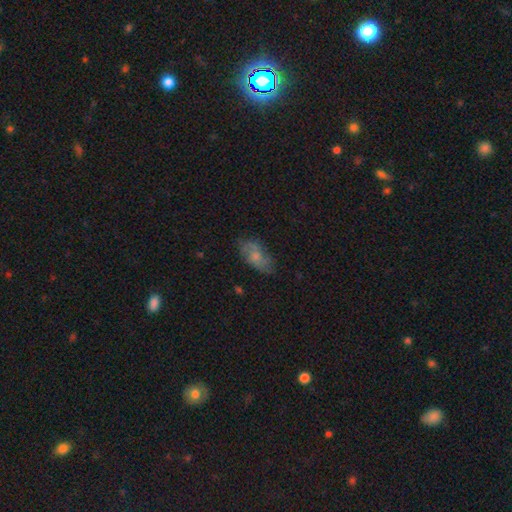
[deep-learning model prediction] smooth 52%, featured or disk 40%, star or artifact 8%. Down the decision tree: how rounded — in between (89%); merging — none (67%).